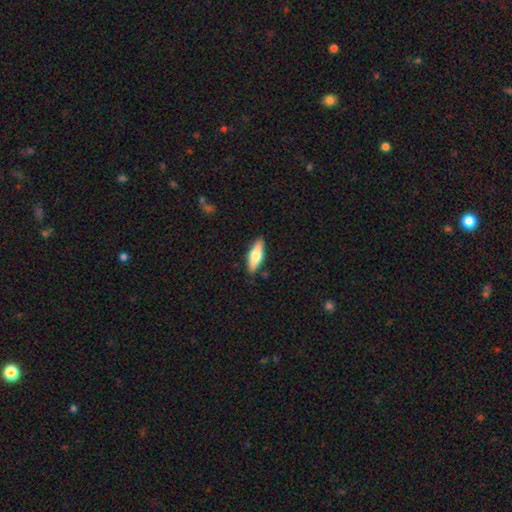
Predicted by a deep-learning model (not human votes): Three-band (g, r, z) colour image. It shows a smooth galaxy with no disk features (60%) that is in between round and cigar-shaped (54%). Merging: none (86%).